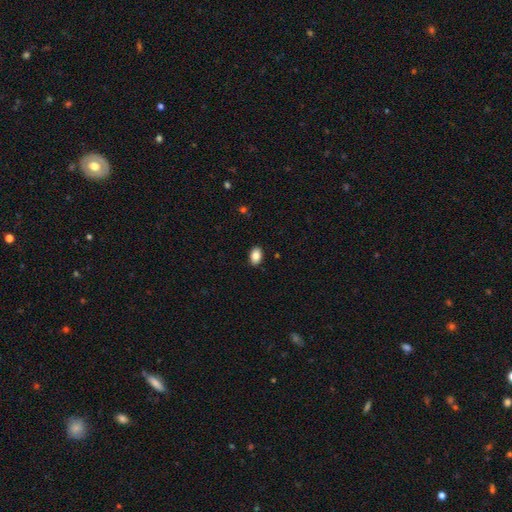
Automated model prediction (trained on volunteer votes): smooth-or-featured: smooth: 87% | star or artifact: 8% | featured or disk: 6%
  how-rounded: in between: 86% | round: 12% | cigar-shaped: 1%
  merging: none: 90% | minor disturbance: 8% | major disturbance: 2% | merger: 1%